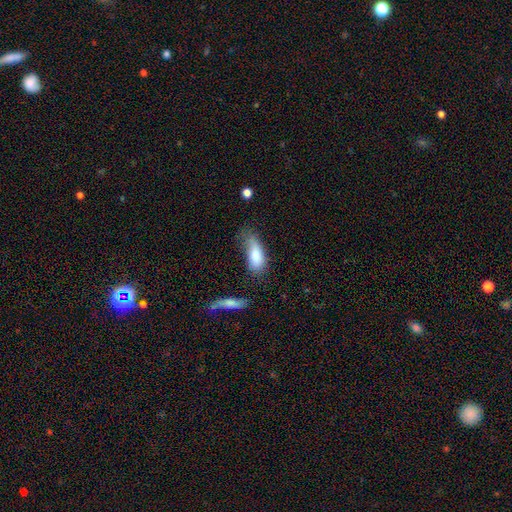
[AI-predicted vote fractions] Smooth or featured? smooth (82%)
How rounded? in between (74%)
Merging? minor disturbance (37%)